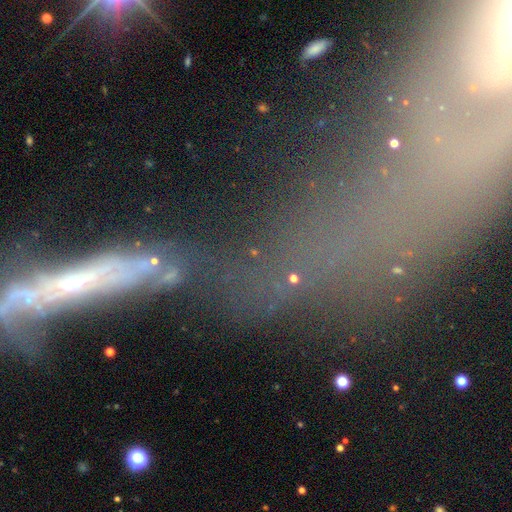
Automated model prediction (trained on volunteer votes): This appears to be a featured or disk galaxy (39%). Merging: none (30%).